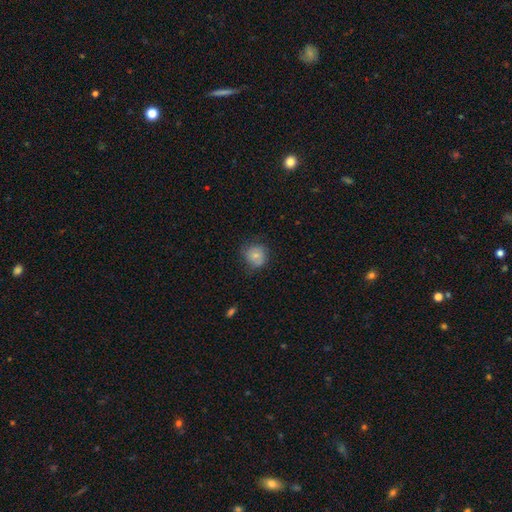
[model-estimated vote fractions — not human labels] smooth_or_featured: smooth (p=0.76) [alt: featured or disk p=0.16]
how_rounded: round (p=0.82) [alt: in between p=0.17]
merging: none (p=0.65) [alt: minor disturbance p=0.25]